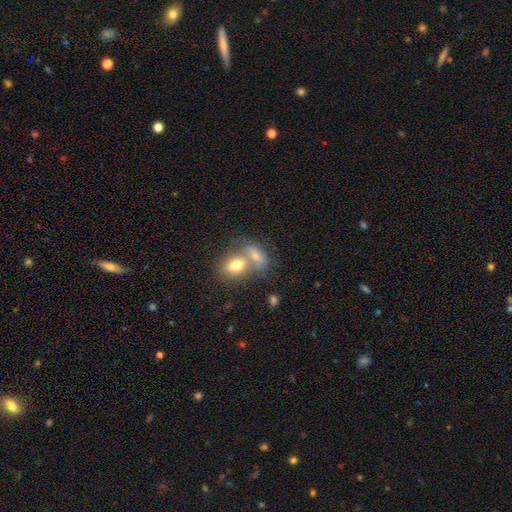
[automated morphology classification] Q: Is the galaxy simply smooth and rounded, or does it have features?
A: smooth — 75%.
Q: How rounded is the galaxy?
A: in between — 84%.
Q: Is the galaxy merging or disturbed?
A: merger — 61%.